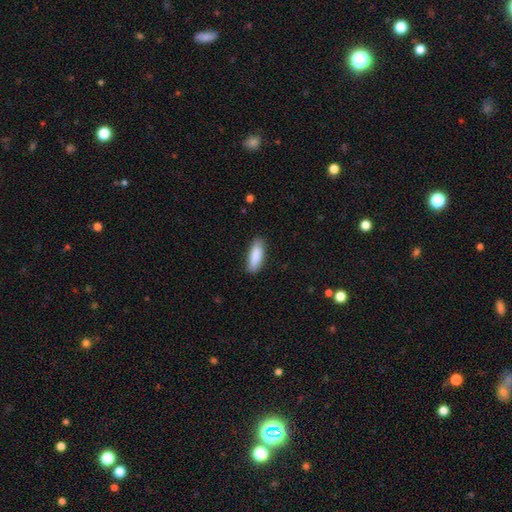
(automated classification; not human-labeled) smooth-or-featured: smooth: 88% | featured or disk: 6% | star or artifact: 6%
  how-rounded: in between: 64% | cigar-shaped: 34% | round: 2%
  merging: none: 84% | minor disturbance: 12% | major disturbance: 2% | merger: 1%